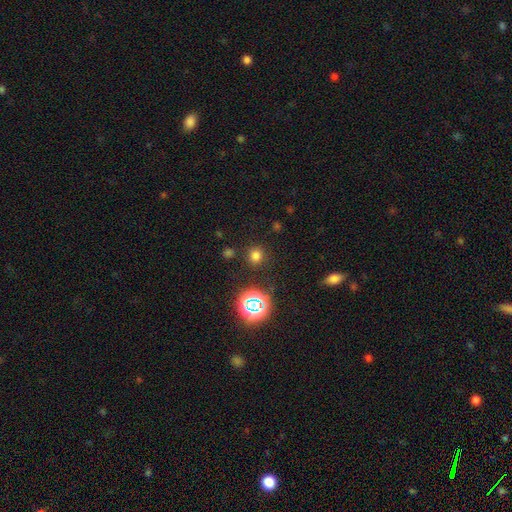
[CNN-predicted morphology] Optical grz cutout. It shows a smooth galaxy with no disk features (70%) that is round (86%). Merging: none (85%).